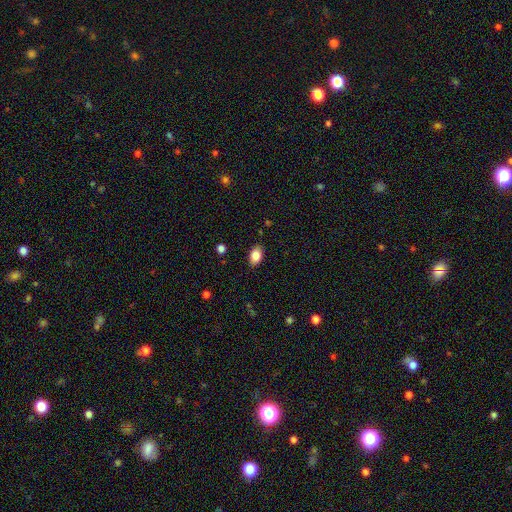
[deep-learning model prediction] smooth-or-featured: smooth: 86% | star or artifact: 8% | featured or disk: 6%
  how-rounded: in between: 86% | round: 12% | cigar-shaped: 1%
  merging: none: 87% | minor disturbance: 10% | major disturbance: 2% | merger: 1%